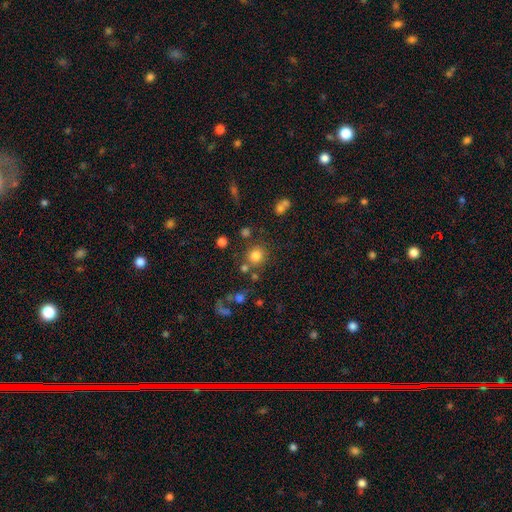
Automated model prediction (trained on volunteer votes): A smooth galaxy with no disk features (80%) that is round (88%).

Vote fractions:
- Smooth or featured? smooth: 80% / star or artifact: 14% / featured or disk: 7%
- How rounded? round: 88% / in between: 11% / cigar-shaped: 1%
- Merging? none: 75% / merger: 11% / minor disturbance: 10% / major disturbance: 5%